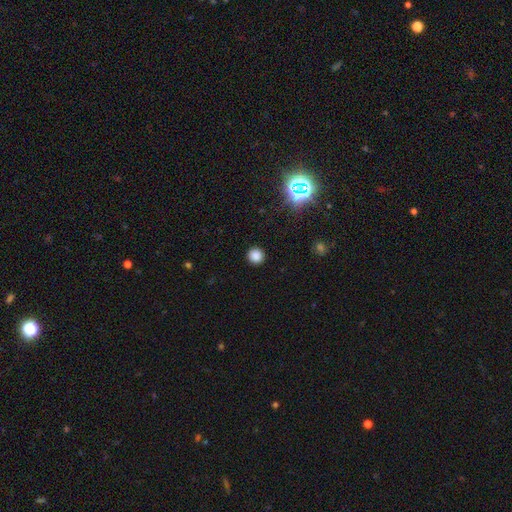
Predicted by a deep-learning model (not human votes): This appears to be a smooth galaxy with no disk features (83%) that is round (93%). Merging: none (92%).